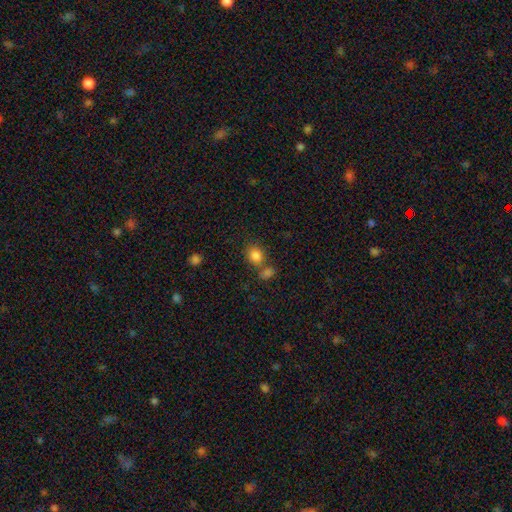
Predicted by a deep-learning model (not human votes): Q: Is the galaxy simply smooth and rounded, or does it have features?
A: smooth — 84%.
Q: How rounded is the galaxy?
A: round — 66%.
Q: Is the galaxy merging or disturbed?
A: none — 59%.